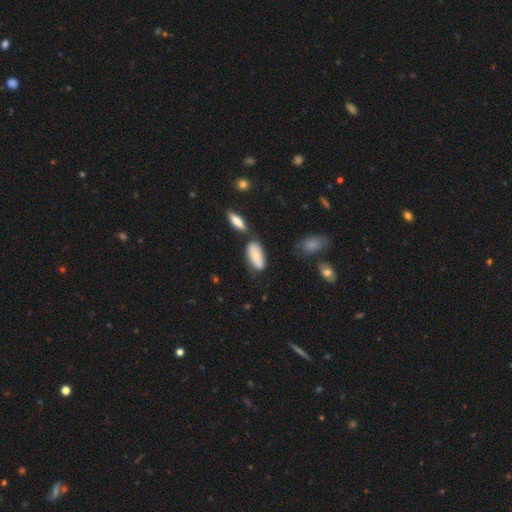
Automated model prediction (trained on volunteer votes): A smooth galaxy with no disk features (67%) that is in between round and cigar-shaped (88%). Merging: none (61%).